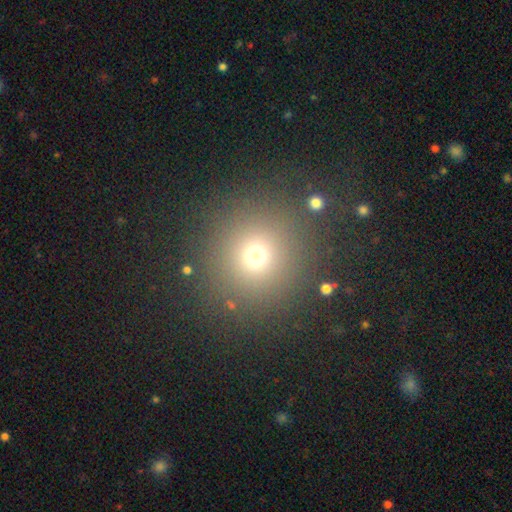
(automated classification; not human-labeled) smooth 68%, star or artifact 23%, featured or disk 8%. Down the decision tree: how rounded — round (93%); merging — none (85%).